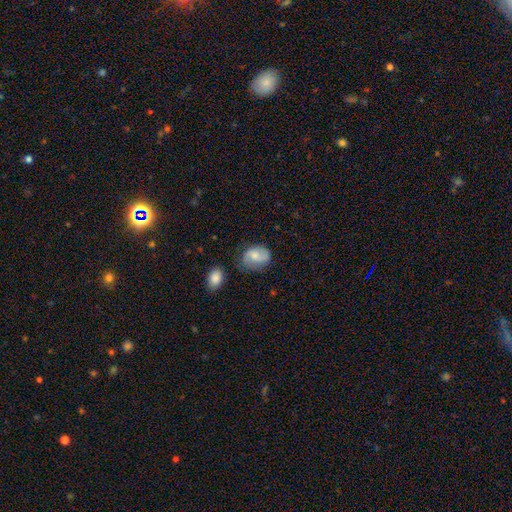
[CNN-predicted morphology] Smooth or featured? Predicted: smooth (p=0.54). How rounded? Predicted: in between (p=0.68). Merging? Predicted: none (p=0.61).